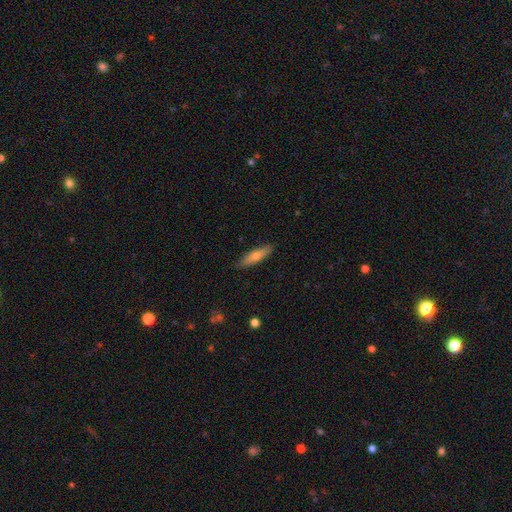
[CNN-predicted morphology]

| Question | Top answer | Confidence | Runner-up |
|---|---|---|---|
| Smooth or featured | smooth | 60% | featured or disk (34%) |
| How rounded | cigar-shaped | 76% | in between (22%) |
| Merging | none | 88% | minor disturbance (9%) |